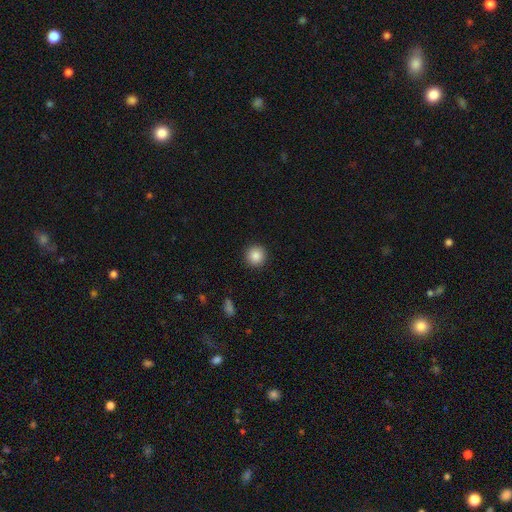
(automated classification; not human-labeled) This appears to be a smooth galaxy with no disk features (87%) that is round (95%). Merging: none (92%).